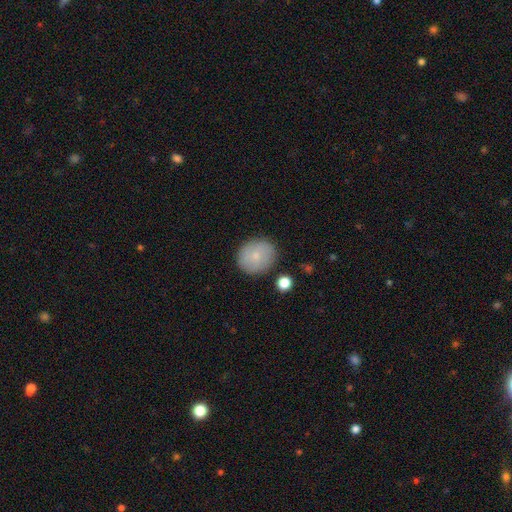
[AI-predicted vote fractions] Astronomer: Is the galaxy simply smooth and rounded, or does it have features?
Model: smooth — 74%.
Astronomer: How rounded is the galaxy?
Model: round — 78%.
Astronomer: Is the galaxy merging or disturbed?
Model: none — 84%.